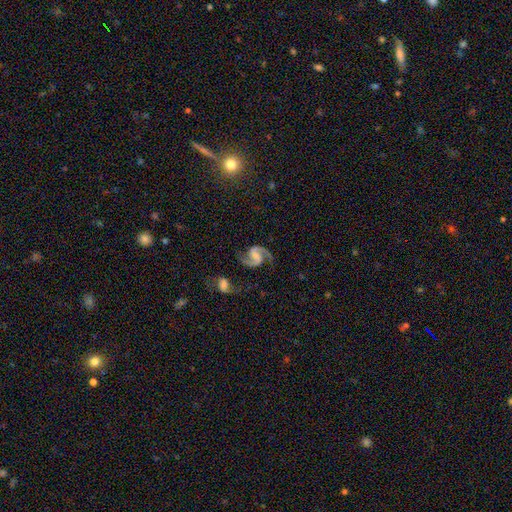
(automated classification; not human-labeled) Q: Smooth or featured?
A: featured or disk (92%); runner-up: star or artifact (5%)
Q: Edge-on disk?
A: no (98%); runner-up: yes (2%)
Q: Bar?
A: weak (47%); runner-up: no (28%)
Q: Spiral arms?
A: yes (98%); runner-up: no (2%)
Q: Spiral winding?
A: medium (58%); runner-up: loose (29%)
Q: Spiral arm count?
A: 2 (94%); runner-up: 1 (1%)
Q: Bulge size?
A: small (41%); runner-up: none (30%)
Q: Merging?
A: none (74%); runner-up: minor disturbance (15%)